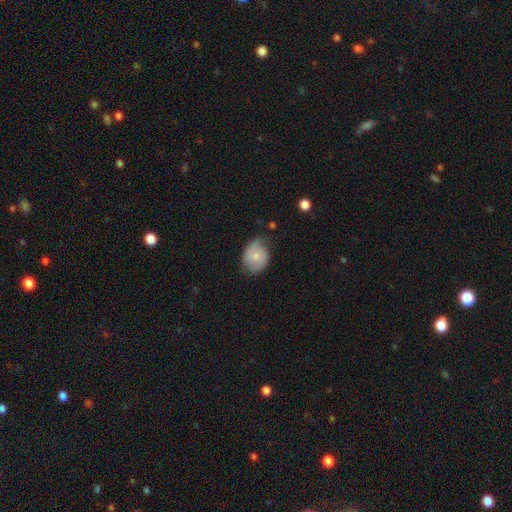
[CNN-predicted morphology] Smooth or featured: smooth — 55% (featured or disk — 38%)
How rounded: in between — 54% (round — 45%)
Merging: none — 50% (minor disturbance — 36%)